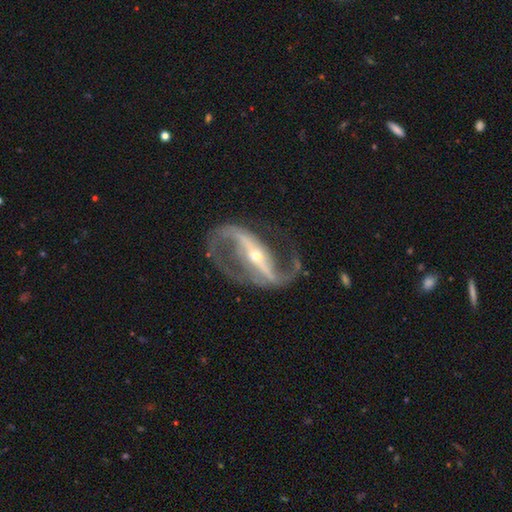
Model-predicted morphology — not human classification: Overall: featured or disk (92%). Edge-on disk: no (95%). Bar: strong (72%). Spiral arms: yes (96%). Spiral arm count: 2 (93%). Spiral winding: loose (49%; medium 40%). Bulge size: small (65%; moderate 31%). Merging: none (71%).